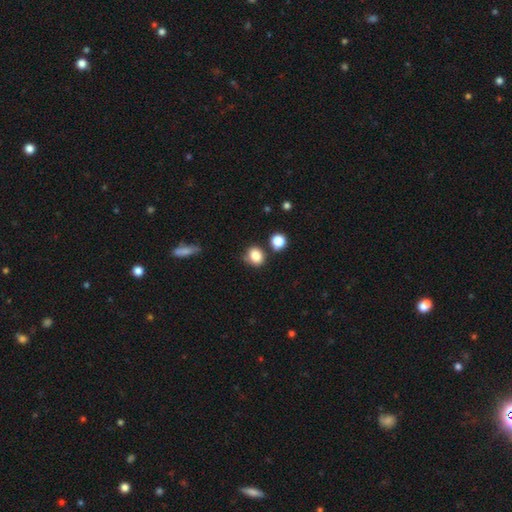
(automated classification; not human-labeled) smooth 84%, star or artifact 10%, featured or disk 5%. Down the decision tree: how rounded — round (56%); merging — none (70%).